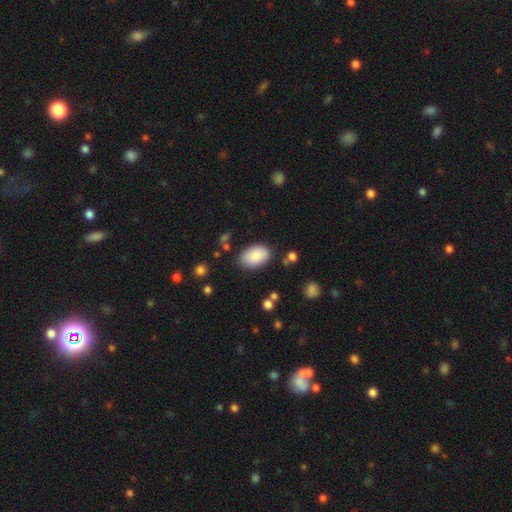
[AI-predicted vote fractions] smooth-or-featured: smooth: 83% | featured or disk: 11% | star or artifact: 7%
  how-rounded: in between: 91% | round: 8% | cigar-shaped: 1%
  merging: none: 79% | minor disturbance: 15% | major disturbance: 4% | merger: 3%